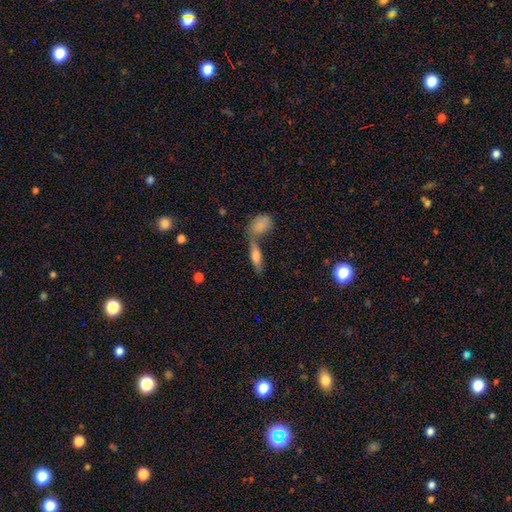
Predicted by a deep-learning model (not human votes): Smooth or featured: smooth — 57% (featured or disk — 33%)
How rounded: in between — 49% (cigar-shaped — 47%)
Merging: none — 49% (merger — 36%)